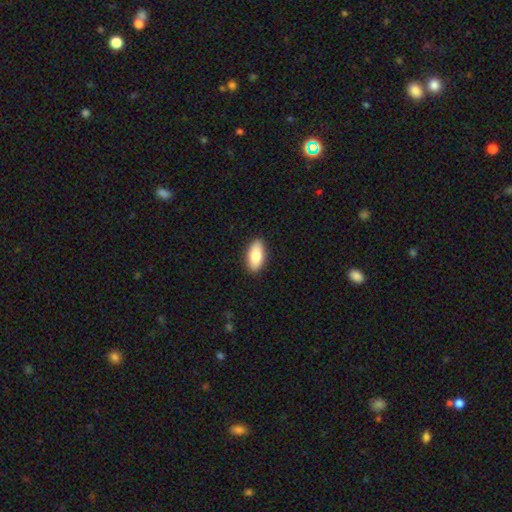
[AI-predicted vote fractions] Q: Smooth or featured?
A: smooth (85%); runner-up: featured or disk (10%)
Q: How rounded?
A: in between (89%); runner-up: cigar-shaped (8%)
Q: Merging?
A: none (90%); runner-up: minor disturbance (8%)